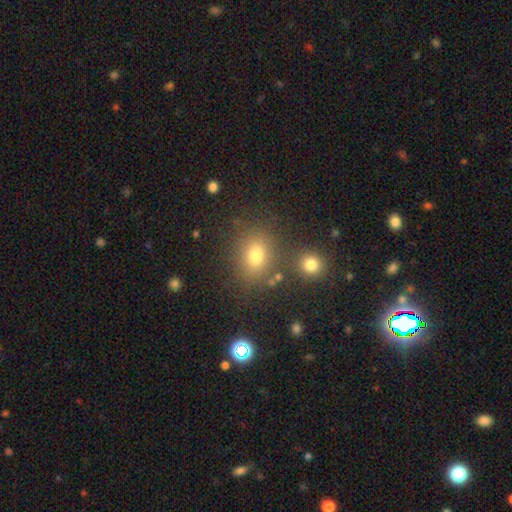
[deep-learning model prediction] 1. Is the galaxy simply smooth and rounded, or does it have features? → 71% smooth, 19% star or artifact, 10% featured or disk.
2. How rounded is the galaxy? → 53% in between, 46% round, 2% cigar-shaped.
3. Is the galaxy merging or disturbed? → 76% none, 11% minor disturbance, 9% merger, 4% major disturbance.